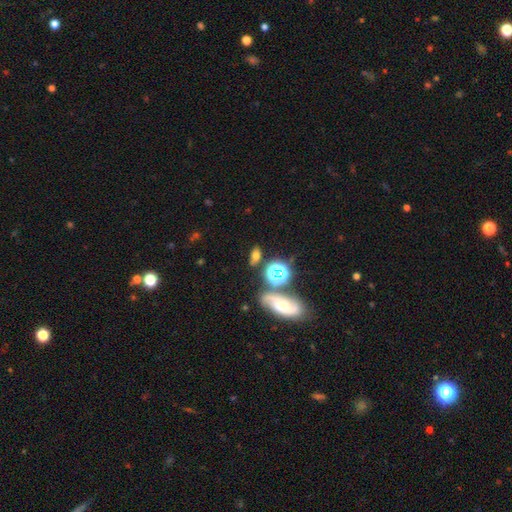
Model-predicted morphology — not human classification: Q: Smooth or featured?
A: smooth (52%); runner-up: star or artifact (27%)
Q: How rounded?
A: in between (69%); runner-up: round (22%)
Q: Merging?
A: none (69%); runner-up: minor disturbance (14%)